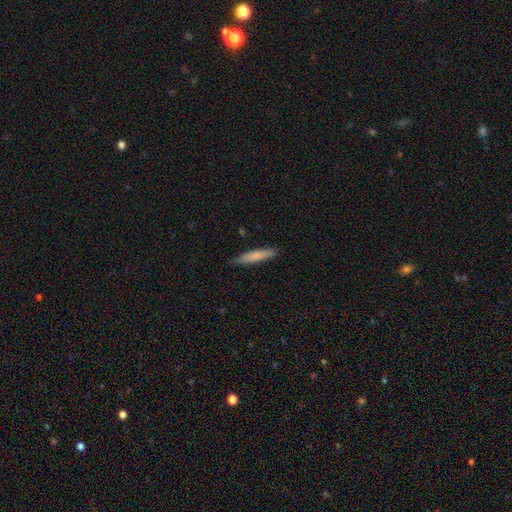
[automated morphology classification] Overall: smooth (77%). How rounded: cigar-shaped (90%). Merging: none (85%).